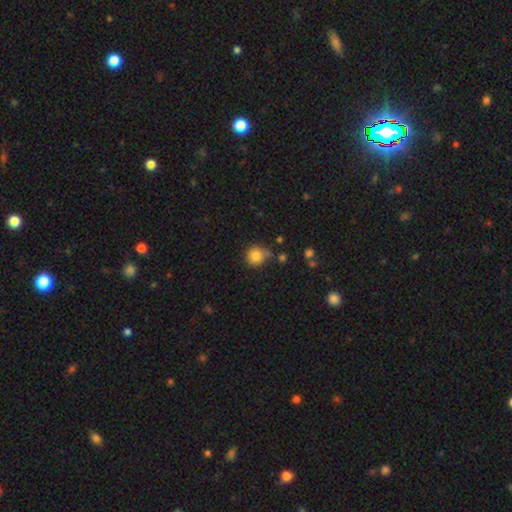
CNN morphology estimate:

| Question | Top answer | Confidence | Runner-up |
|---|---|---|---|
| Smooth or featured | smooth | 82% | star or artifact (11%) |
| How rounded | round | 91% | in between (8%) |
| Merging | none | 69% | minor disturbance (19%) |